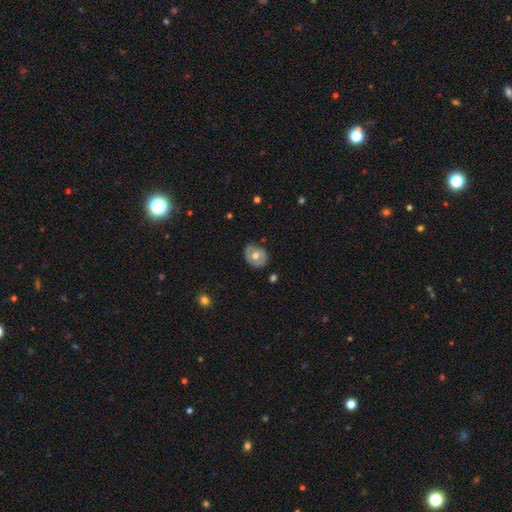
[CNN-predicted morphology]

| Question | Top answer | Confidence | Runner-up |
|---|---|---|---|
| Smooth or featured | smooth | 56% | featured or disk (37%) |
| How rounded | round | 54% | in between (45%) |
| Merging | none | 70% | minor disturbance (24%) |